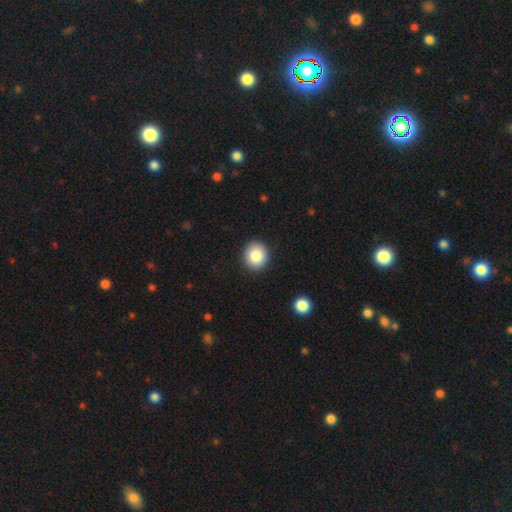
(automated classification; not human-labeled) Q: Smooth or featured?
A: smooth (85%); runner-up: star or artifact (8%)
Q: How rounded?
A: round (76%); runner-up: in between (23%)
Q: Merging?
A: none (90%); runner-up: minor disturbance (7%)